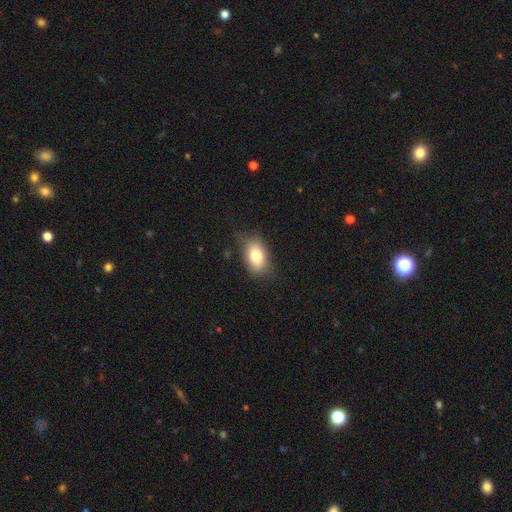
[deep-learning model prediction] Smooth or featured: smooth — 80% (featured or disk — 12%)
How rounded: in between — 87% (round — 11%)
Merging: none — 72% (minor disturbance — 22%)